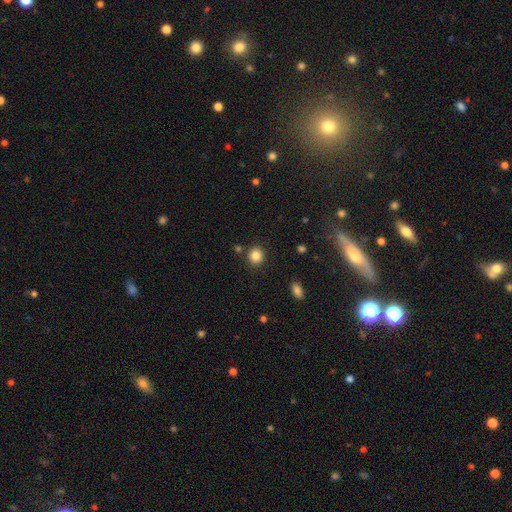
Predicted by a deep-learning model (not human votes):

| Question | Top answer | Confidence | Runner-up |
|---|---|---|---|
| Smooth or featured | smooth | 86% | star or artifact (10%) |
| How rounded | round | 87% | in between (12%) |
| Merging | none | 85% | minor disturbance (8%) |